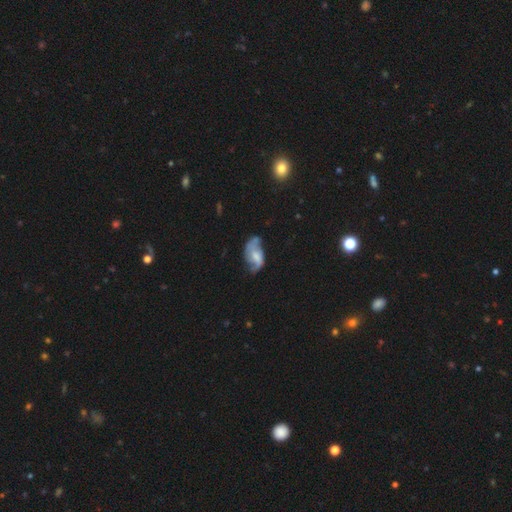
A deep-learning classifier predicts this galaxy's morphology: Smooth or featured? Predicted: featured or disk (p=0.65). Edge-on disk? Predicted: no (p=0.95). Bar? Predicted: no (p=0.47). Spiral arms? Predicted: yes (p=0.83). Spiral winding? Predicted: loose (p=0.51). Spiral arm count? Predicted: 2 (p=0.77). Bulge size? Predicted: moderate (p=0.32). Merging? Predicted: none (p=0.45).